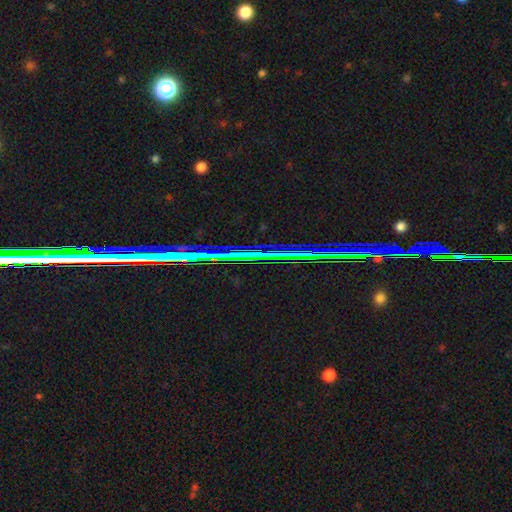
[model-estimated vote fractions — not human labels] Smooth or featured?
  - star or artifact: 74% *
  - featured or disk: 15%
  - smooth: 11%